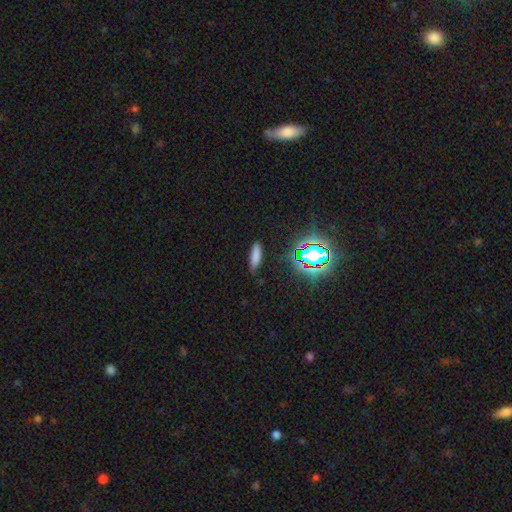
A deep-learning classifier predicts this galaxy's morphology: type=smooth (74%); roundness=cigar-shaped (58%); merging=none (82%).